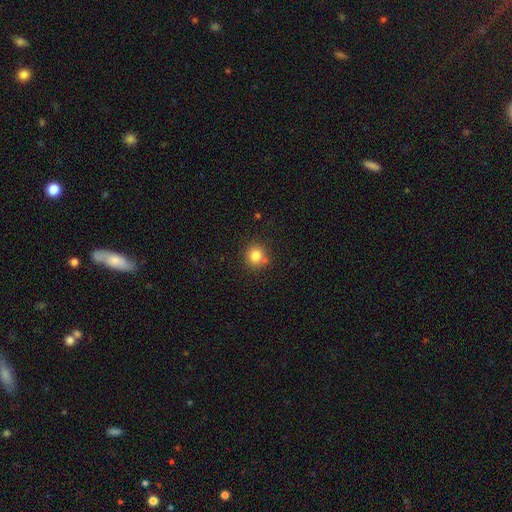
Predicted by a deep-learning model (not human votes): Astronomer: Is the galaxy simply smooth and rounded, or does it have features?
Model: smooth — 82%.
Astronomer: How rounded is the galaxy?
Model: round — 92%.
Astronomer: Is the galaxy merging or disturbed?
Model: none — 80%.